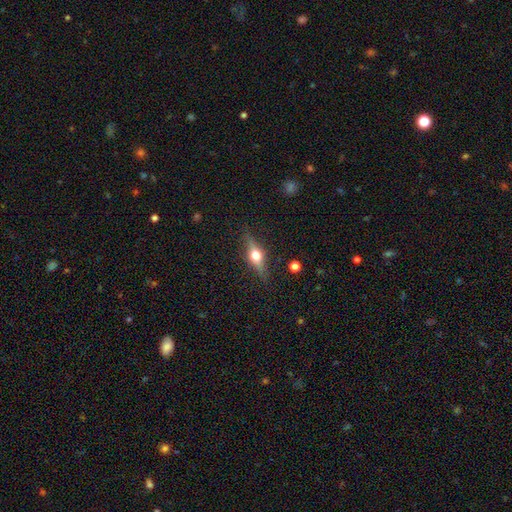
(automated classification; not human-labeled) The model was most divided on "smooth or featured": featured or disk: 62%, smooth: 30%, star or artifact: 8%. More confident: edge-on bulge — rounded (96%); edge-on disk — yes (94%); merging — none (85%).